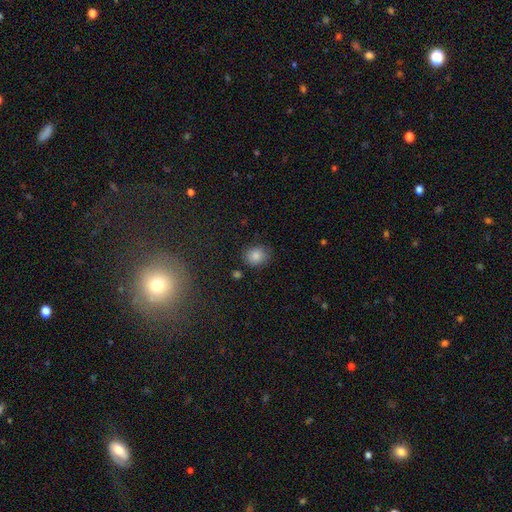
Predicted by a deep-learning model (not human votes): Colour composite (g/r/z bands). It shows a smooth galaxy with no disk features (84%) that is round (66%). Merging: none (81%).